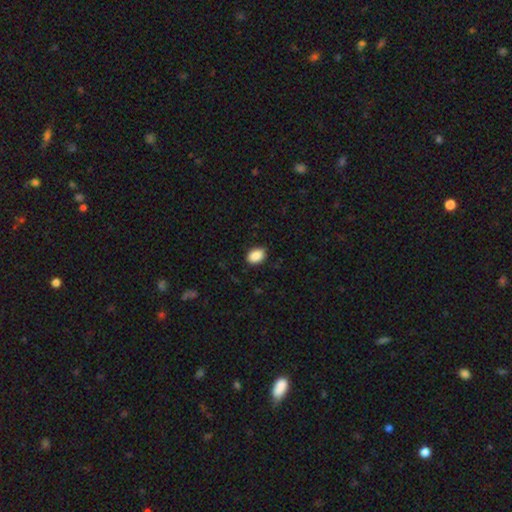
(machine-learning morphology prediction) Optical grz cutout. It shows a smooth galaxy with no disk features (89%) that is in between round and cigar-shaped (82%). Merging: none (84%).